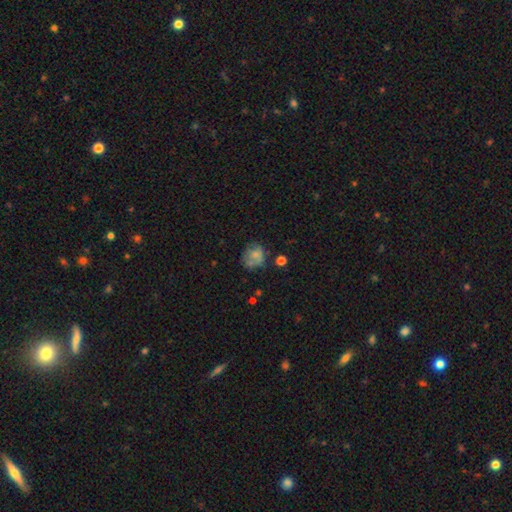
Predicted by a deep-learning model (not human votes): Smooth or featured? Predicted: smooth (p=0.61). How rounded? Predicted: round (p=0.68). Merging? Predicted: none (p=0.47).